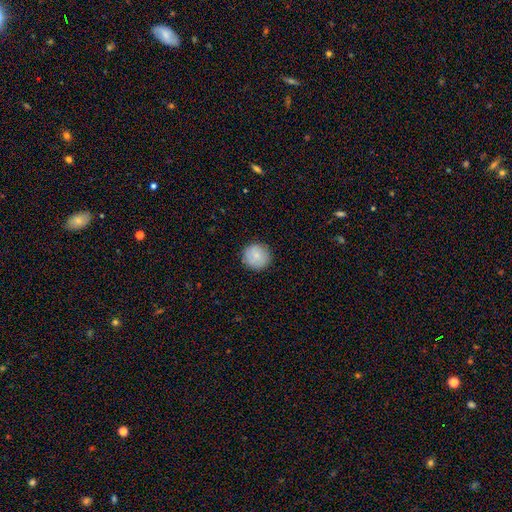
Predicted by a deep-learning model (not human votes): smooth-or-featured: smooth: 82% | featured or disk: 11% | star or artifact: 8%
  how-rounded: round: 93% | in between: 6% | cigar-shaped: 1%
  merging: none: 88% | minor disturbance: 9% | major disturbance: 2% | merger: 1%